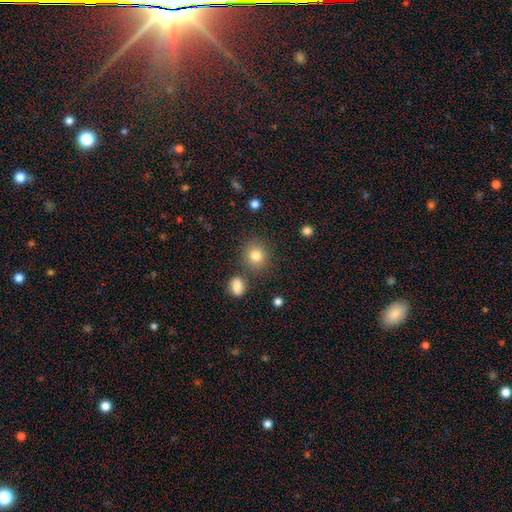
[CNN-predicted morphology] Smooth or featured? smooth (81%)
How rounded? round (83%)
Merging? none (81%)